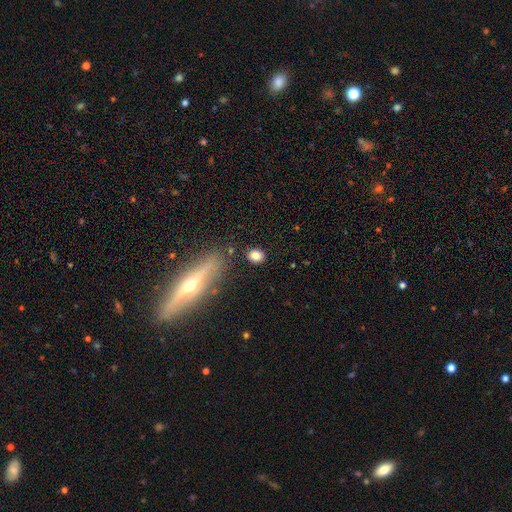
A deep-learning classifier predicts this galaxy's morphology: Smooth or featured? Predicted: smooth (p=0.80). How rounded? Predicted: round (p=0.49). Merging? Predicted: none (p=0.84).